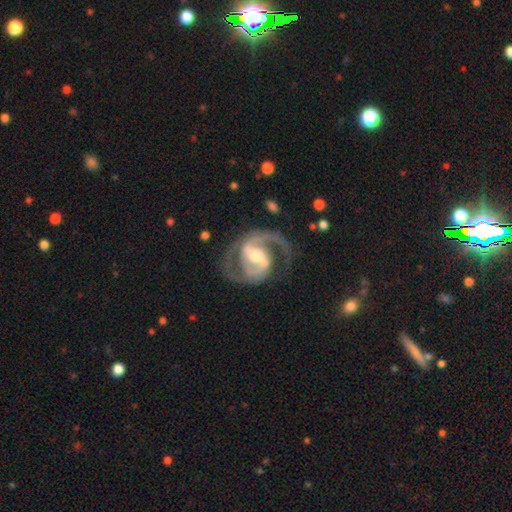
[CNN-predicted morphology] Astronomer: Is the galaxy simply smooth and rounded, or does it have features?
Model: featured or disk — 93%.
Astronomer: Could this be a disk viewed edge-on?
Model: no — 98%.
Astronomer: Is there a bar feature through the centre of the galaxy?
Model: weak — 43% (runner-up: strong, 34%).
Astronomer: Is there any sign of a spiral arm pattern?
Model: yes — 98%.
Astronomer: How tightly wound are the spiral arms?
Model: medium — 60%.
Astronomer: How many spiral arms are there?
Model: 2 — 91%.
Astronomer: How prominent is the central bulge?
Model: moderate — 67%.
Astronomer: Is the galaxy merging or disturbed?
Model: none — 73%.